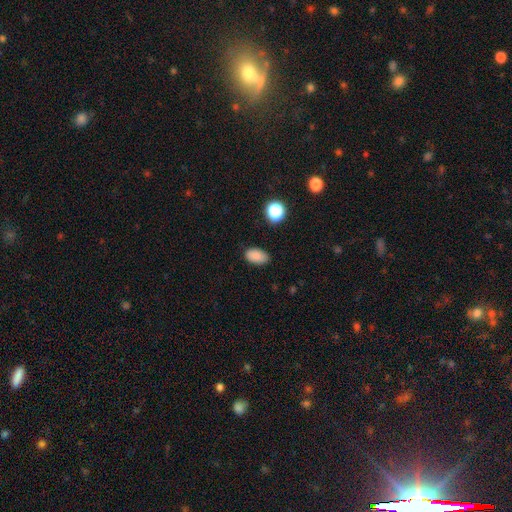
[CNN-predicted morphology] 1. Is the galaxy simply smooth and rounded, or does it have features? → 86% smooth, 10% star or artifact, 4% featured or disk.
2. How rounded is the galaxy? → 91% in between, 8% round, 1% cigar-shaped.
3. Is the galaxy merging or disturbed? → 84% none, 12% minor disturbance, 3% major disturbance, 1% merger.